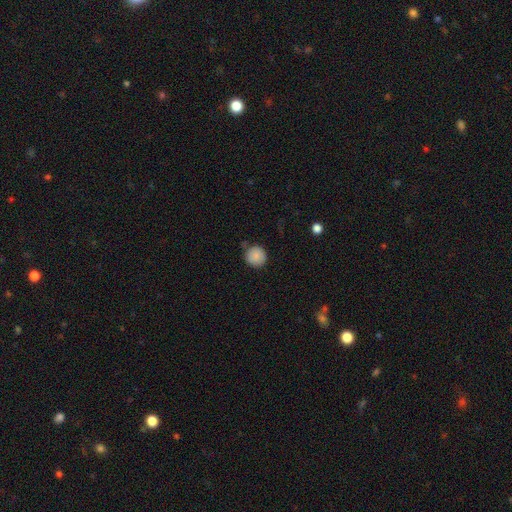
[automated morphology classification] type=smooth (86%); roundness=round (93%); merging=none (79%).